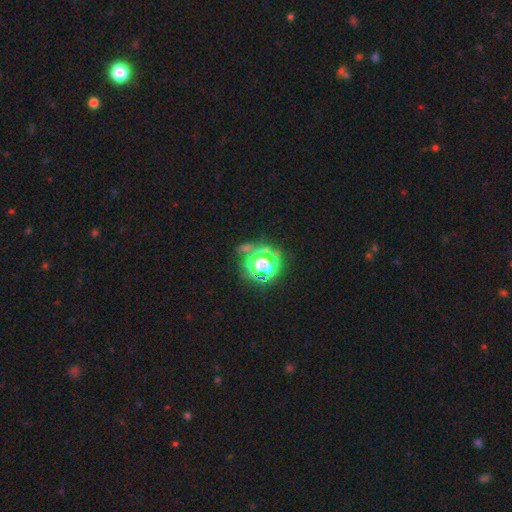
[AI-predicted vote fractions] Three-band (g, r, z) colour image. It shows a star or artifact, not a galaxy (75%).